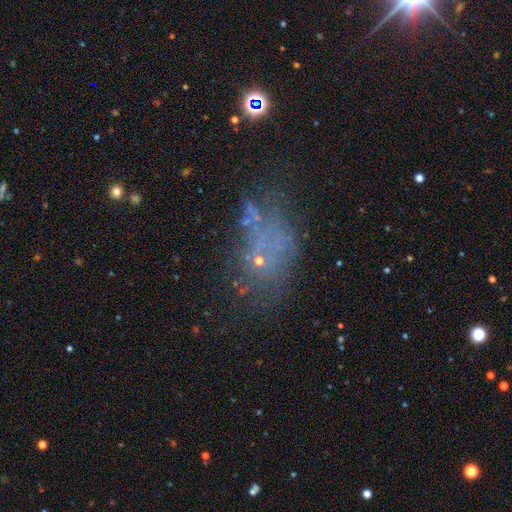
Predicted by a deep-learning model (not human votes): featured or disk 37%, star or artifact 32%, smooth 31%. Down the decision tree: merging — none (45%).